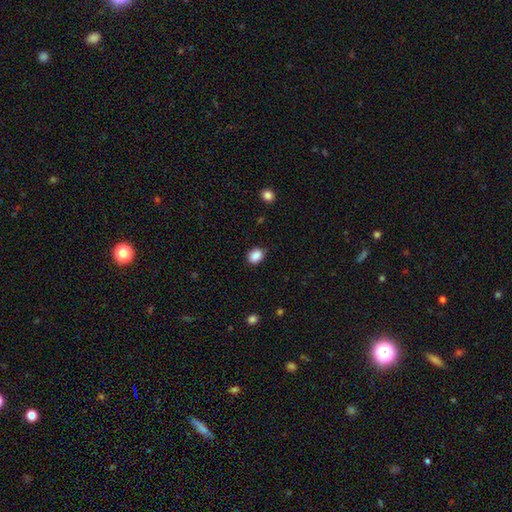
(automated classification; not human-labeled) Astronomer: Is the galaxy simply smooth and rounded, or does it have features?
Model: smooth — 88%.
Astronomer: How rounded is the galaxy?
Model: in between — 57% (runner-up: round, 42%).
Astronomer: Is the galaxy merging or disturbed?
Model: none — 83%.